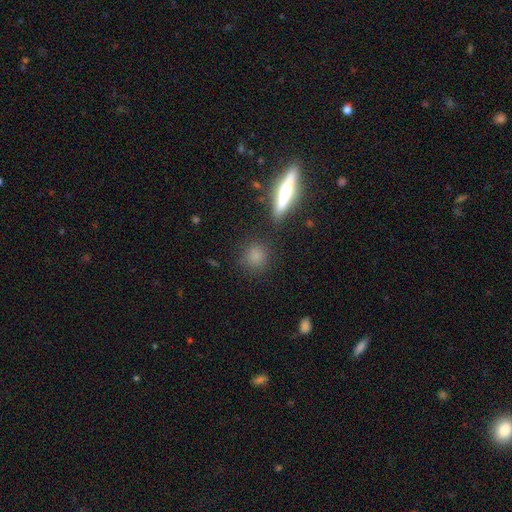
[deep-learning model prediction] Smooth or featured?
  - smooth: 80% *
  - star or artifact: 12%
  - featured or disk: 8%
How rounded?
  - round: 79% *
  - in between: 15%
  - cigar-shaped: 6%
Merging?
  - none: 82% *
  - minor disturbance: 10%
  - merger: 5%
  - major disturbance: 4%